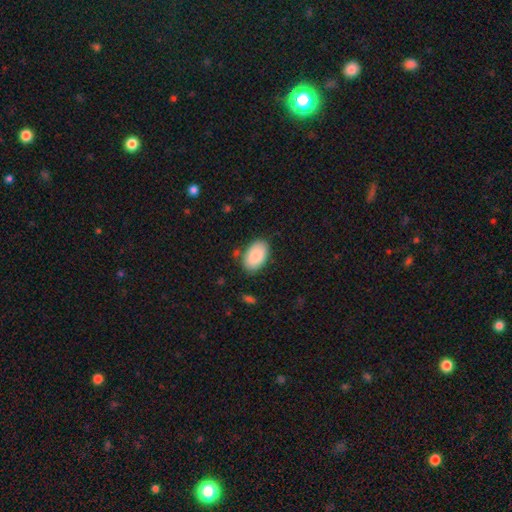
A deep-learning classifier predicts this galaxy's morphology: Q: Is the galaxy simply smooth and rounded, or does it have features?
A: smooth — 88%.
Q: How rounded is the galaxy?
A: in between — 94%.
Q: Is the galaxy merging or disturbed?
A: none — 80%.